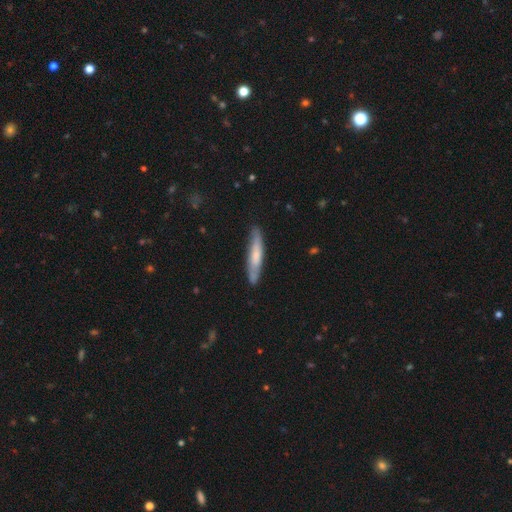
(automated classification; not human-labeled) Overall: smooth (58%; featured or disk 37%). How rounded: cigar-shaped (89%). Merging: none (83%).